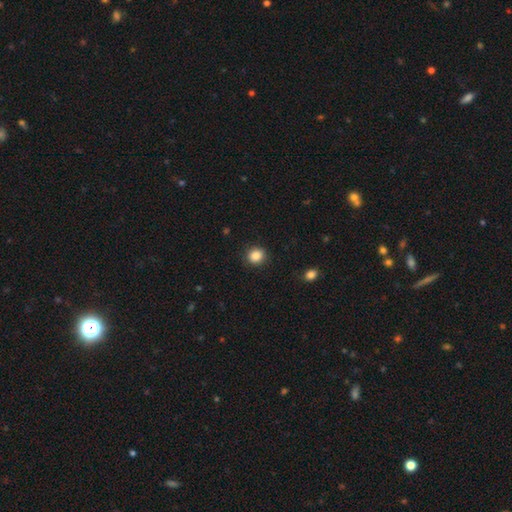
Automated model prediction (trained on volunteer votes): Q: Smooth or featured?
A: smooth (87%); runner-up: star or artifact (10%)
Q: How rounded?
A: round (83%); runner-up: in between (16%)
Q: Merging?
A: none (89%); runner-up: minor disturbance (7%)